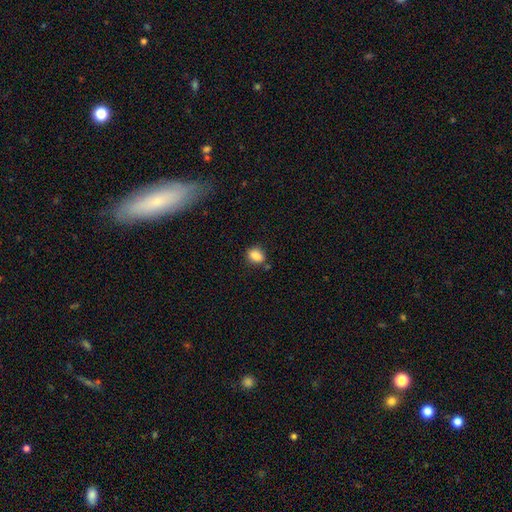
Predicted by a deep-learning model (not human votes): A smooth galaxy with no disk features (85%) that is in between round and cigar-shaped (68%).

Vote fractions:
- Smooth or featured? smooth: 85% / star or artifact: 9% / featured or disk: 5%
- How rounded? in between: 68% / round: 30% / cigar-shaped: 2%
- Merging? none: 70% / minor disturbance: 19% / merger: 7% / major disturbance: 4%